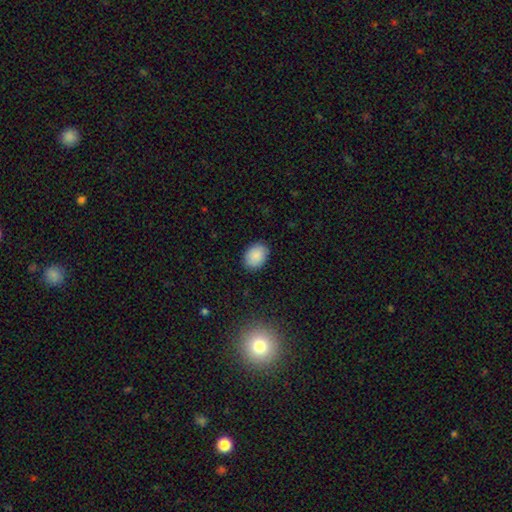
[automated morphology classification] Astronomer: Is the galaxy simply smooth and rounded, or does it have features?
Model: smooth — 89%.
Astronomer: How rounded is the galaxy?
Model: in between — 71%.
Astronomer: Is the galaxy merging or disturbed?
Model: none — 87%.